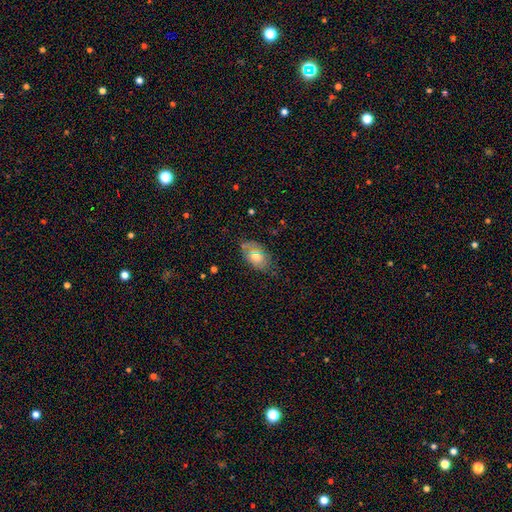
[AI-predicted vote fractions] The model was most divided on "smooth or featured": smooth: 64%, featured or disk: 24%, star or artifact: 12%. More confident: how rounded — in between (90%); merging — none (72%).